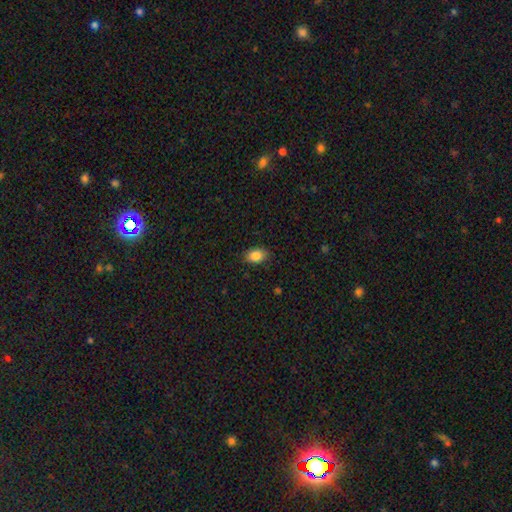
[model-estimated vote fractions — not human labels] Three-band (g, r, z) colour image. It shows a smooth galaxy with no disk features (86%) that is in between round and cigar-shaped (82%). Merging: none (86%).